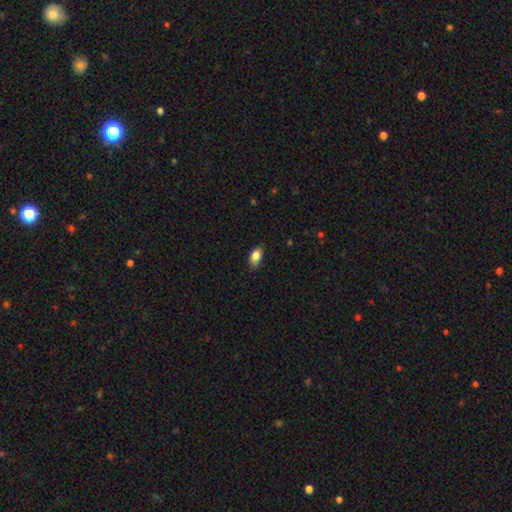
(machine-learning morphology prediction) Smooth or featured: smooth — 84% (featured or disk — 8%)
How rounded: in between — 89% (round — 7%)
Merging: none — 77% (minor disturbance — 19%)